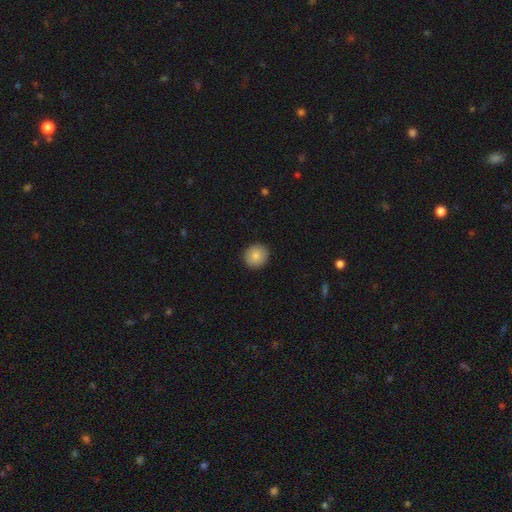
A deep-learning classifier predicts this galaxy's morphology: Smooth or featured: smooth — 85% (star or artifact — 8%)
How rounded: round — 85% (in between — 14%)
Merging: none — 92% (minor disturbance — 6%)